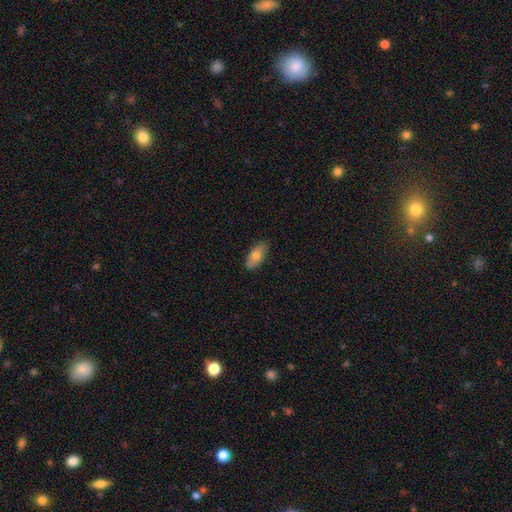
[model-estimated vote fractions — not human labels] This appears to be a smooth galaxy with no disk features (75%) that is in between round and cigar-shaped (88%). Merging: none (85%).